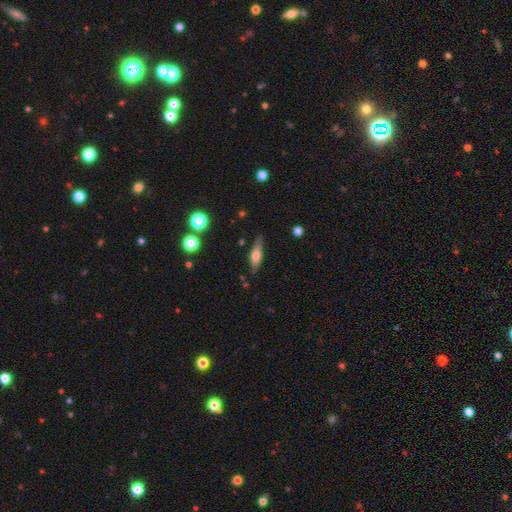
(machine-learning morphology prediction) A smooth galaxy with no disk features (59%) that is cigar-shaped (52%). Merging: none (73%).